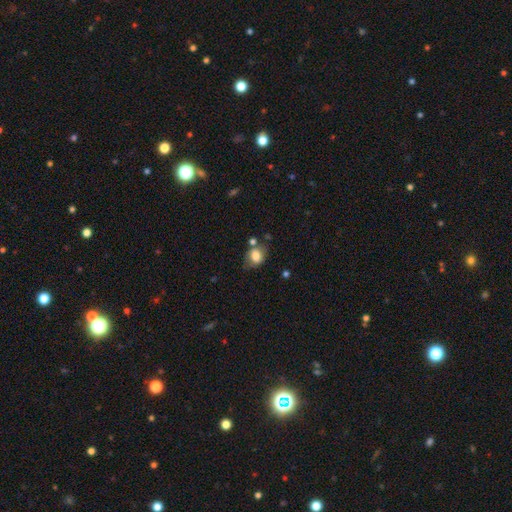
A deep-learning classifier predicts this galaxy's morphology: Smooth or featured? smooth (76%)
How rounded? round (51%)
Merging? none (55%)